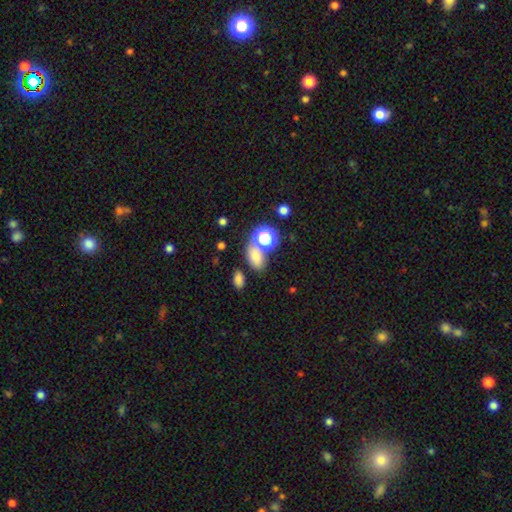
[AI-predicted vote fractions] smooth_or_featured: smooth (p=0.71) [alt: star or artifact p=0.20]
how_rounded: in between (p=0.72) [alt: round p=0.26]
merging: none (p=0.60) [alt: merger p=0.23]